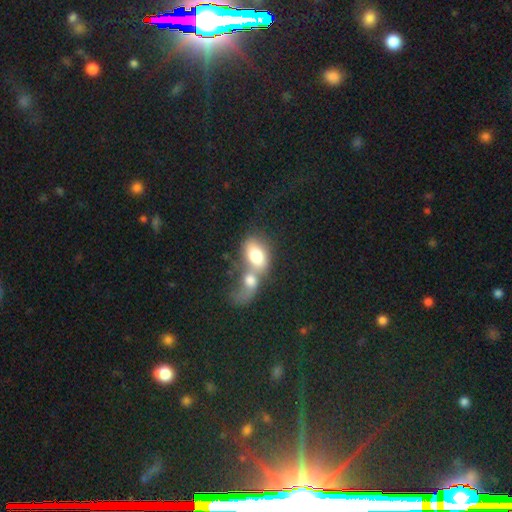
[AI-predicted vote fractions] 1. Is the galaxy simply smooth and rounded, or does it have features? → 70% smooth, 22% featured or disk, 8% star or artifact.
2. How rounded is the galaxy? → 82% in between, 15% round, 3% cigar-shaped.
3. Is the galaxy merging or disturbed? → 74% merger, 12% none, 8% major disturbance, 5% minor disturbance.